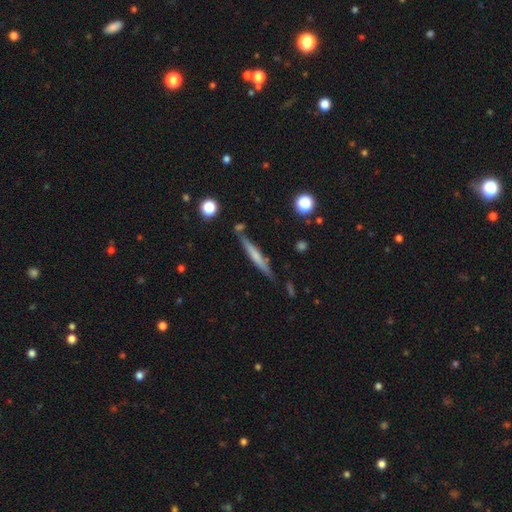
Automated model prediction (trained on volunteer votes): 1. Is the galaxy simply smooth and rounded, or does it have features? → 51% smooth, 43% featured or disk, 7% star or artifact.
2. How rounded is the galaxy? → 94% cigar-shaped, 4% in between, 2% round.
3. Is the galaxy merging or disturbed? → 80% none, 13% minor disturbance, 5% merger, 3% major disturbance.